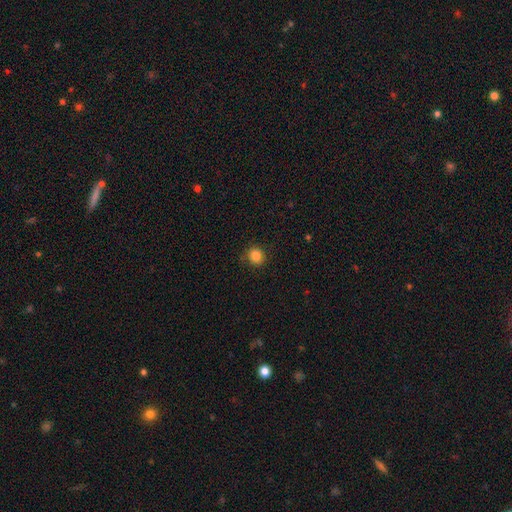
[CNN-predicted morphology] A smooth galaxy with no disk features (85%) that is round (84%).

Vote fractions:
- Smooth or featured? smooth: 85% / star or artifact: 11% / featured or disk: 4%
- How rounded? round: 84% / in between: 15% / cigar-shaped: 1%
- Merging? none: 89% / minor disturbance: 8% / major disturbance: 2% / merger: 1%